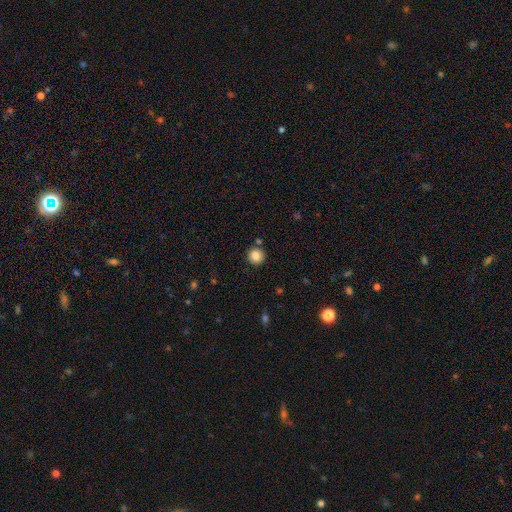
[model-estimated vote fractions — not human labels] Q: Smooth or featured?
A: smooth (84%); runner-up: star or artifact (10%)
Q: How rounded?
A: round (93%); runner-up: in between (6%)
Q: Merging?
A: none (86%); runner-up: minor disturbance (7%)